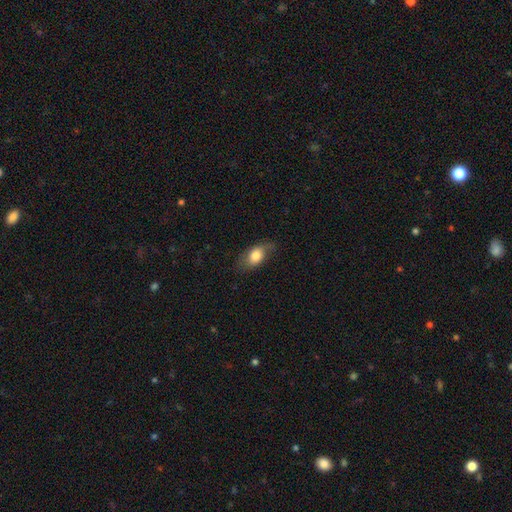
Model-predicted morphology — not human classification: type=smooth (74%); roundness=in between (84%); merging=none (61%).